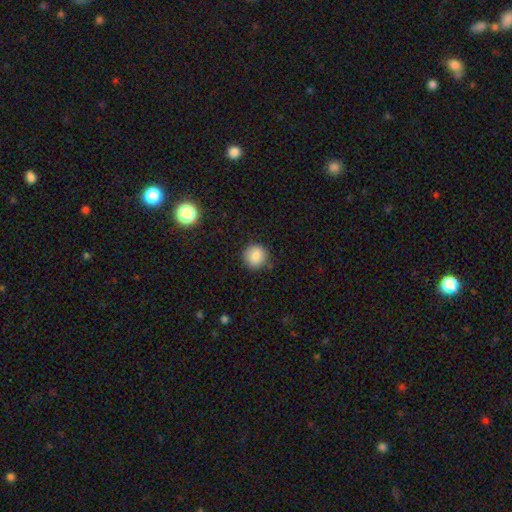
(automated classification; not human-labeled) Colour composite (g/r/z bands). It shows a smooth galaxy with no disk features (86%) that is round (92%). Merging: none (84%).